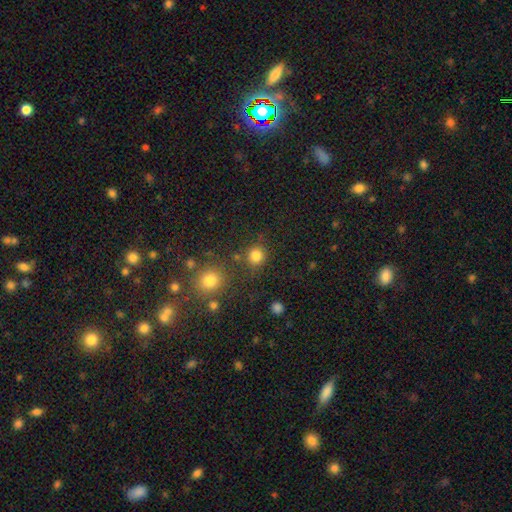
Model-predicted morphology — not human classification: Q: Smooth or featured?
A: smooth (82%); runner-up: star or artifact (14%)
Q: How rounded?
A: round (91%); runner-up: in between (8%)
Q: Merging?
A: none (80%); runner-up: minor disturbance (8%)